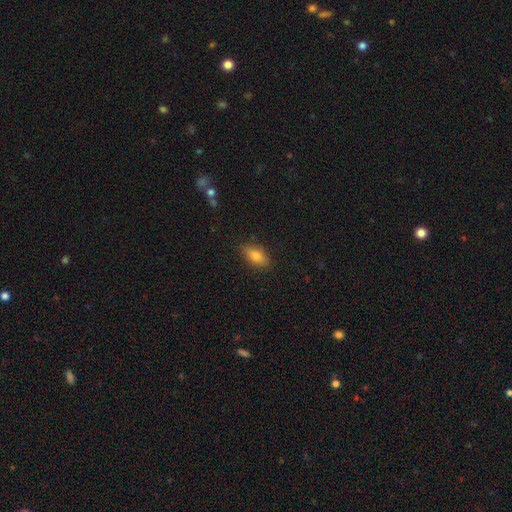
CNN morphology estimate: Overall: smooth (83%). How rounded: in between (85%). Merging: none (86%).